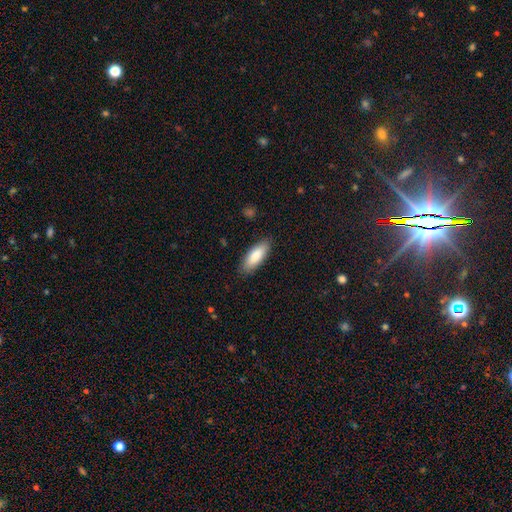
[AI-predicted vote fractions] Smooth or featured?
  - smooth: 86% *
  - featured or disk: 8%
  - star or artifact: 6%
How rounded?
  - in between: 70% *
  - cigar-shaped: 29%
  - round: 2%
Merging?
  - none: 87% *
  - minor disturbance: 10%
  - major disturbance: 2%
  - merger: 1%